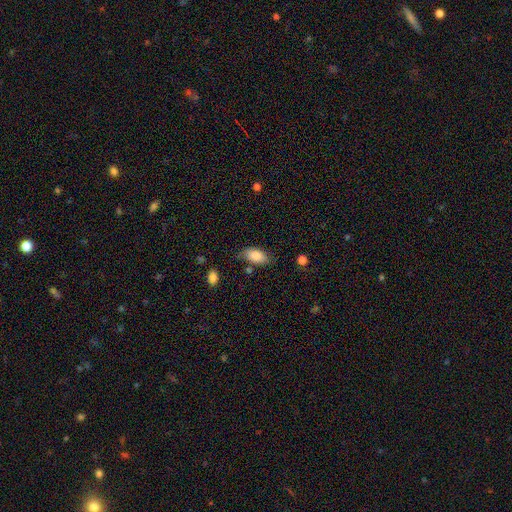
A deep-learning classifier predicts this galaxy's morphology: smooth_or_featured: smooth (p=0.84) [alt: featured or disk p=0.09]
how_rounded: in between (p=0.92) [alt: cigar-shaped p=0.05]
merging: none (p=0.68) [alt: minor disturbance p=0.22]